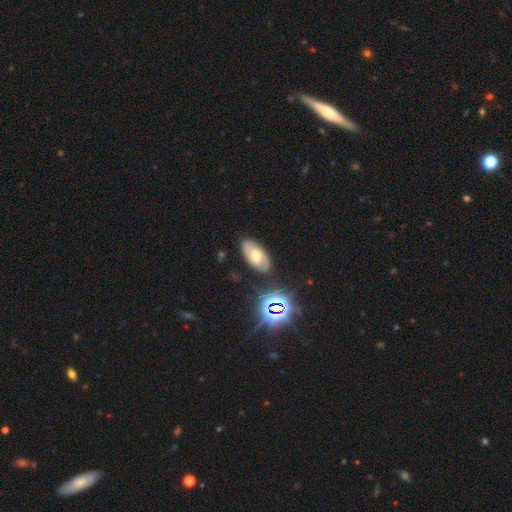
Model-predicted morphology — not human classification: Smooth or featured: featured or disk — 47% (smooth — 36%)
Merging: none — 79% (minor disturbance — 14%)